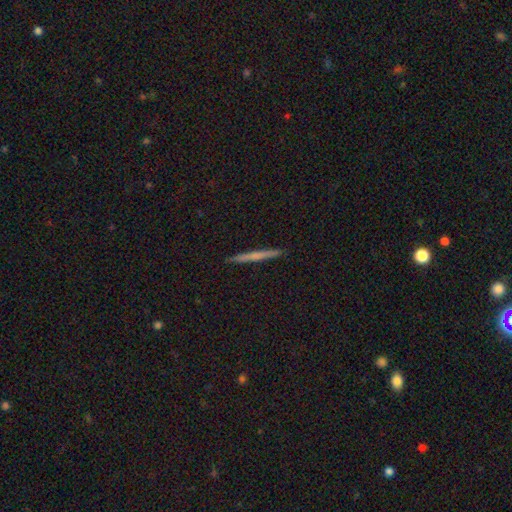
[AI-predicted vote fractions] Smooth or featured?
  - smooth: 58% *
  - featured or disk: 36%
  - star or artifact: 6%
How rounded?
  - cigar-shaped: 96% *
  - in between: 2%
  - round: 2%
Merging?
  - none: 93% *
  - minor disturbance: 5%
  - major disturbance: 1%
  - merger: 1%